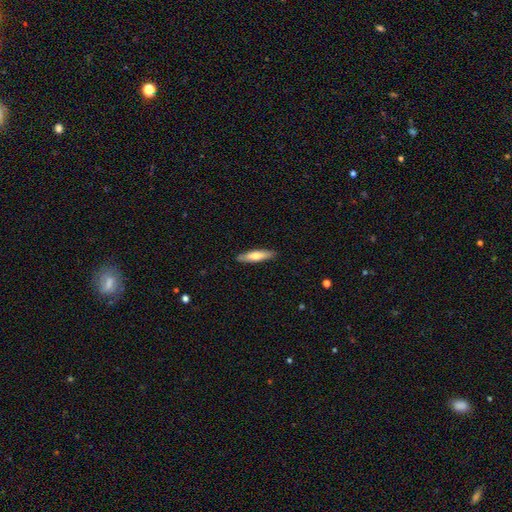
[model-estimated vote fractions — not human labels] The model was most divided on "smooth or featured": smooth: 69%, featured or disk: 26%, star or artifact: 5%. More confident: merging — none (89%); how rounded — cigar-shaped (74%).